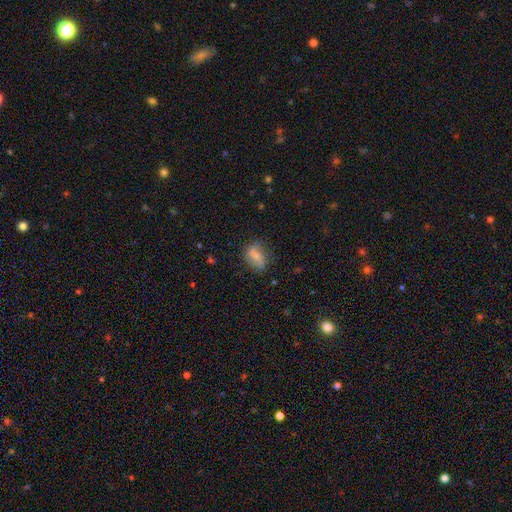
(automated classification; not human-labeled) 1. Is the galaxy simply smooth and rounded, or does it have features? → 53% smooth, 38% featured or disk, 9% star or artifact.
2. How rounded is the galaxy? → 76% in between, 19% round, 5% cigar-shaped.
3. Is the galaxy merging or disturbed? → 67% none, 22% minor disturbance, 8% major disturbance, 3% merger.